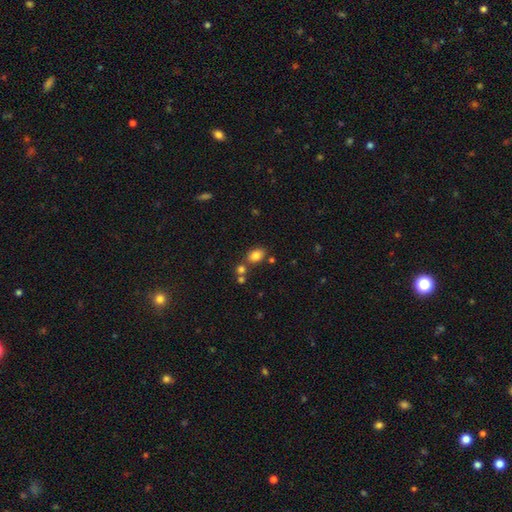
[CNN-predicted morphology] type=smooth (82%); roundness=in between (74%); merging=none (66%).